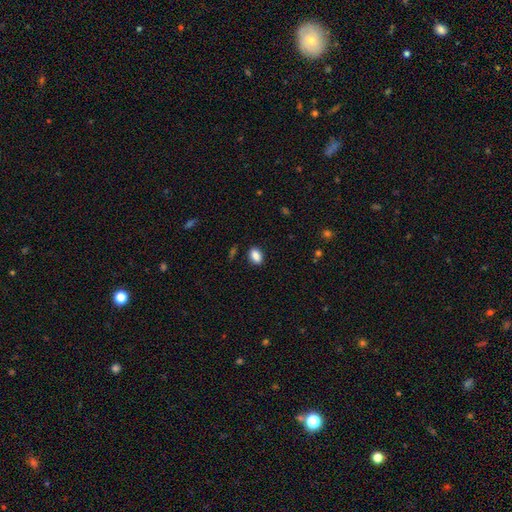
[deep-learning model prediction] This is clearly a smooth galaxy (87%). How rounded: clearly in between (86%). Merging: clearly none (86%).